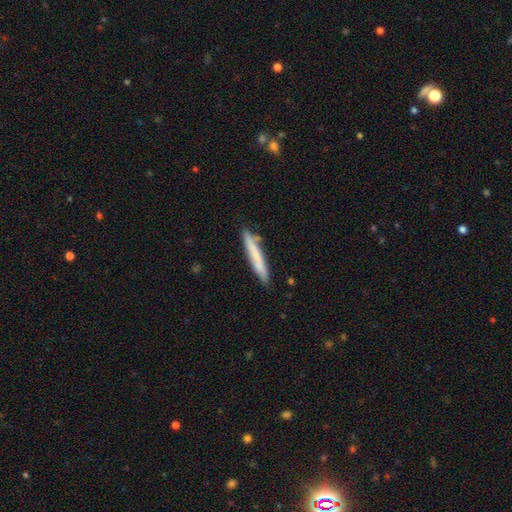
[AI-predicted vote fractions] Smooth or featured: smooth — 65% (featured or disk — 28%)
How rounded: cigar-shaped — 95% (in between — 4%)
Merging: none — 83% (minor disturbance — 12%)